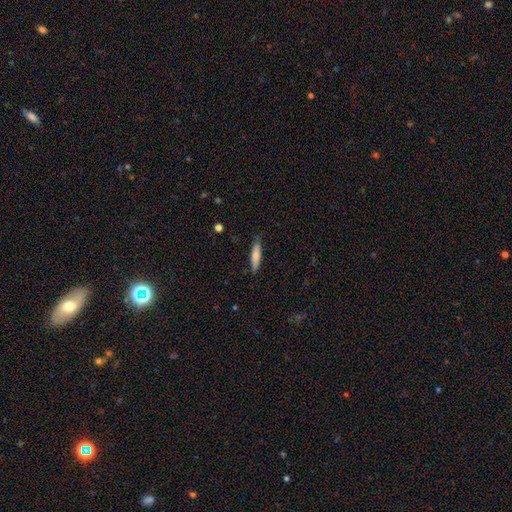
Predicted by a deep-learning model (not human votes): Morphology: type=smooth (76%); roundness=cigar-shaped (82%); merging=none (84%).